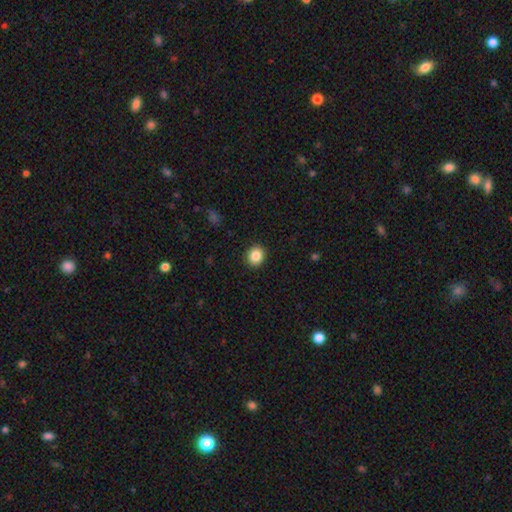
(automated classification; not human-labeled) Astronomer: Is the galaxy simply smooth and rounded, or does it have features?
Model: smooth — 86%.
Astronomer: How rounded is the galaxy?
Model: round — 77%.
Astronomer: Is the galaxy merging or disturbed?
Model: none — 91%.